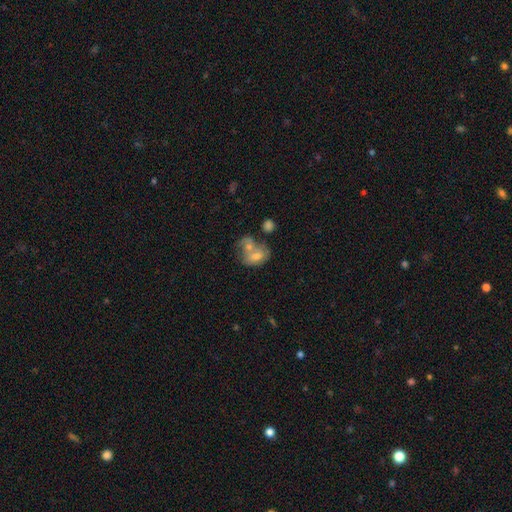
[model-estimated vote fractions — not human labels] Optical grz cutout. It shows a smooth galaxy with no disk features (53%) that is in between round and cigar-shaped (62%). Merging: merger (57%).